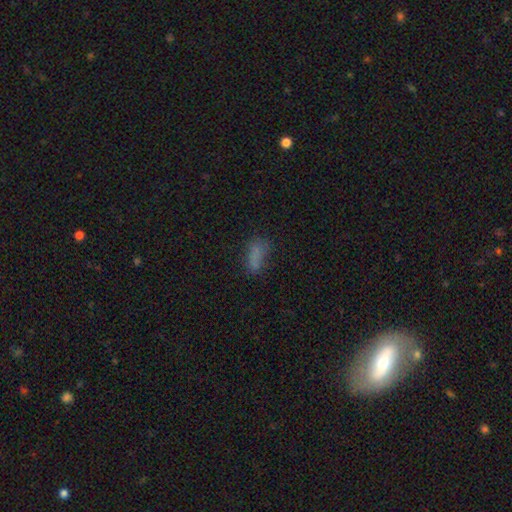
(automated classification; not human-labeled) Smooth or featured?
  - smooth: 72% *
  - star or artifact: 16%
  - featured or disk: 12%
How rounded?
  - in between: 72% *
  - cigar-shaped: 24%
  - round: 4%
Merging?
  - none: 52% *
  - minor disturbance: 24%
  - major disturbance: 16%
  - merger: 9%